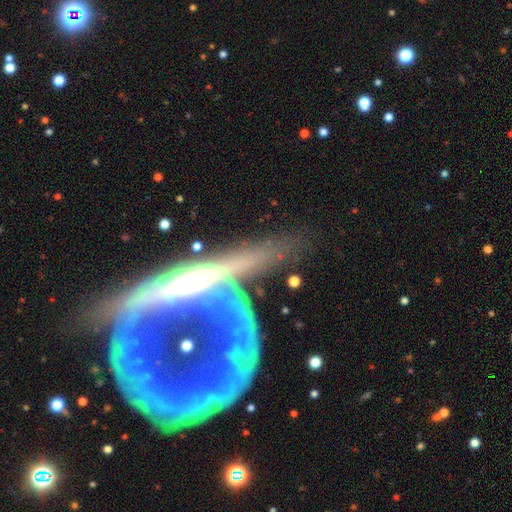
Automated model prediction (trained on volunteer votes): Smooth or featured?
  - featured or disk: 69% *
  - smooth: 20%
  - star or artifact: 10%
Edge-on disk?
  - yes: 60% *
  - no: 40%
Merging?
  - none: 34% *
  - major disturbance: 29%
  - merger: 21%
  - minor disturbance: 16%